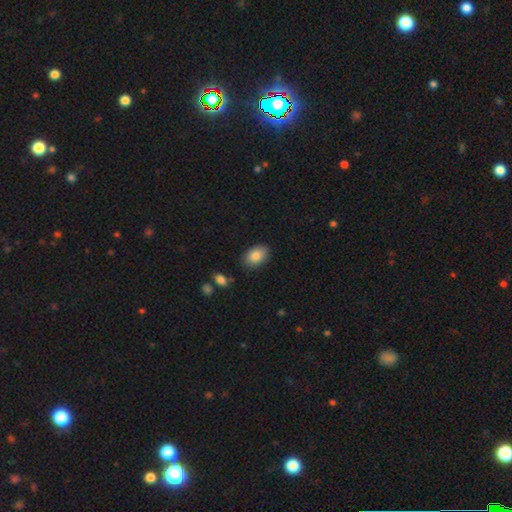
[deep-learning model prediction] Morphology: type=smooth (85%); roundness=in between (88%); merging=none (85%).